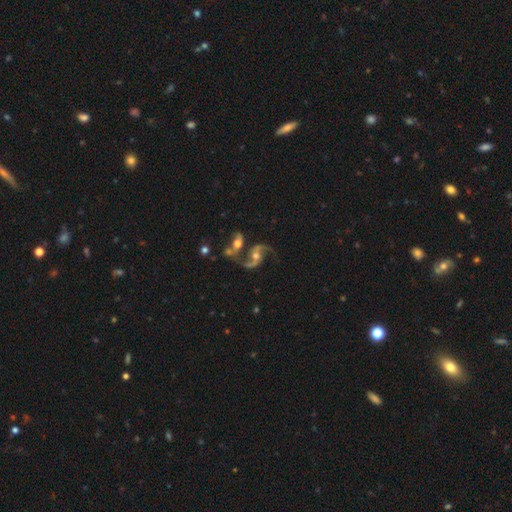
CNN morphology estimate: A featured or disk galaxy (89%) with no bar (52%), 2 (92%) loose (65%) spiral arms (96%) and a moderate central bulge (62%). Merging: none (46%).